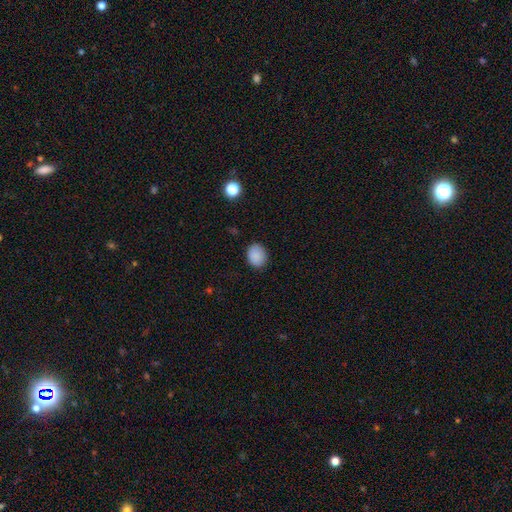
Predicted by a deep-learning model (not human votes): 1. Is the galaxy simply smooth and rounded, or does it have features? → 88% smooth, 9% star or artifact, 3% featured or disk.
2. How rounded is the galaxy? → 54% round, 45% in between, 1% cigar-shaped.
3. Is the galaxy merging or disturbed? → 86% none, 10% minor disturbance, 3% major disturbance, 1% merger.